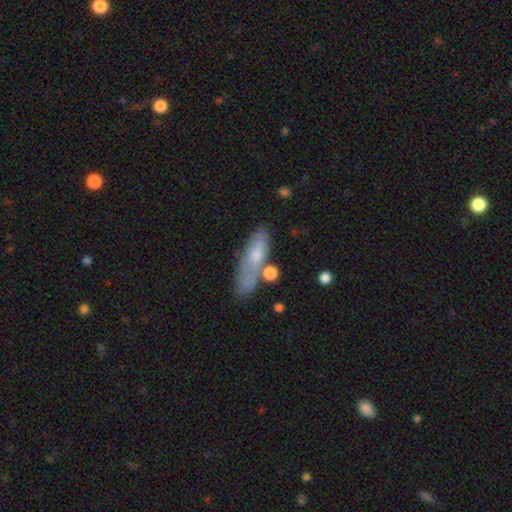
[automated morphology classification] Smooth or featured? Predicted: smooth (p=0.64). How rounded? Predicted: cigar-shaped (p=0.55). Merging? Predicted: none (p=0.59).